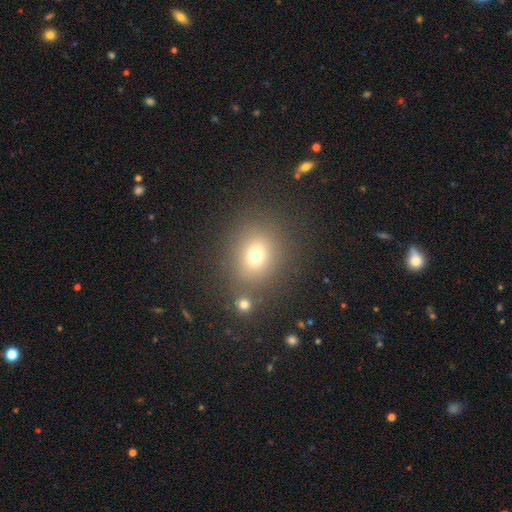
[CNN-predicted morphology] smooth-or-featured: smooth: 71% | star or artifact: 19% | featured or disk: 11%
  how-rounded: round: 65% | in between: 33% | cigar-shaped: 1%
  merging: none: 78% | minor disturbance: 10% | merger: 7% | major disturbance: 5%